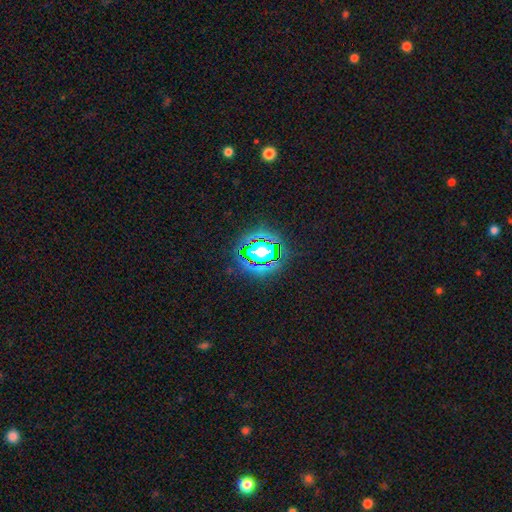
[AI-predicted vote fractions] Overall: star or artifact (74%).